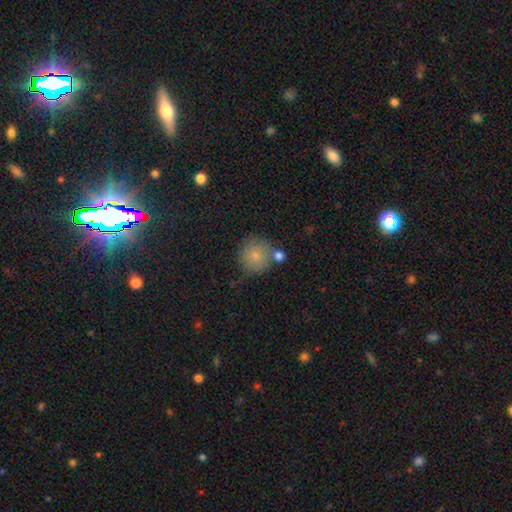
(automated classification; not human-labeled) This is clearly a smooth galaxy (81%). How rounded: clearly round (92%). Merging: likely none (64%).